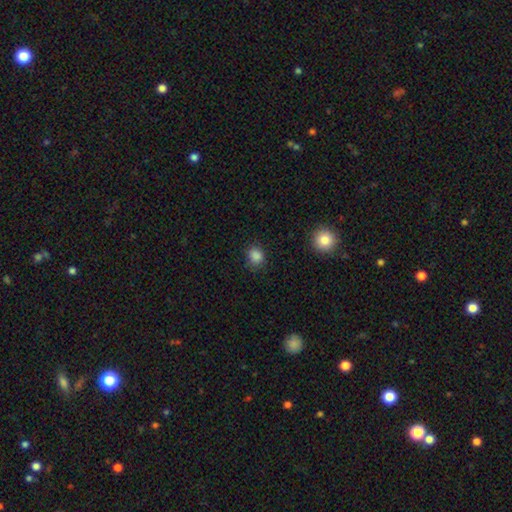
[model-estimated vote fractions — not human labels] smooth_or_featured: smooth (p=0.85) [alt: star or artifact p=0.11]
how_rounded: round (p=0.71) [alt: in between p=0.28]
merging: none (p=0.78) [alt: minor disturbance p=0.16]